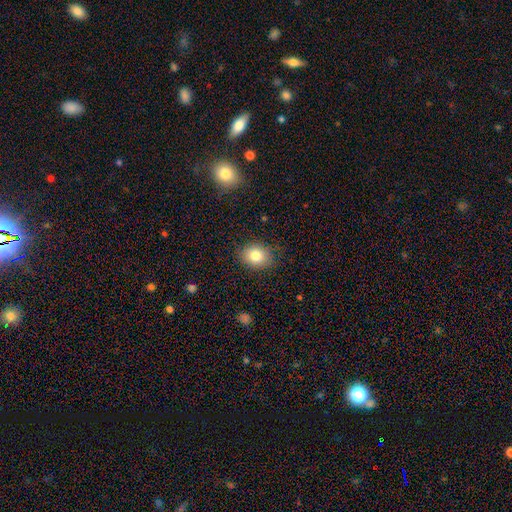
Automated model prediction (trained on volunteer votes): A smooth galaxy with no disk features (81%) that is round (52%).

Vote fractions:
- Smooth or featured? smooth: 81% / star or artifact: 10% / featured or disk: 9%
- How rounded? round: 52% / in between: 47% / cigar-shaped: 1%
- Merging? none: 85% / minor disturbance: 11% / major disturbance: 3% / merger: 1%